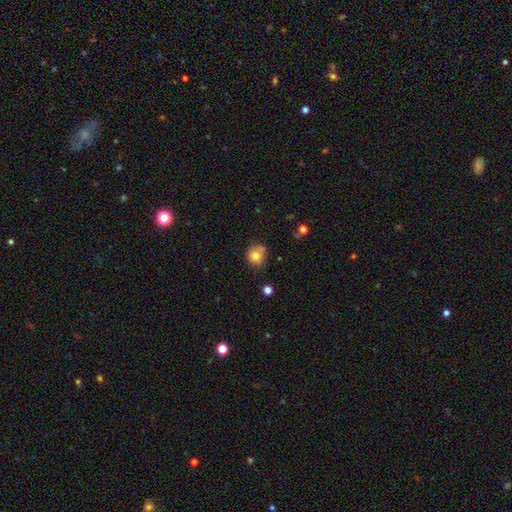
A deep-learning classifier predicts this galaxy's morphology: Smooth or featured?
  - smooth: 79% *
  - star or artifact: 11%
  - featured or disk: 10%
How rounded?
  - round: 85% *
  - in between: 14%
  - cigar-shaped: 1%
Merging?
  - none: 66% *
  - minor disturbance: 21%
  - merger: 8%
  - major disturbance: 5%